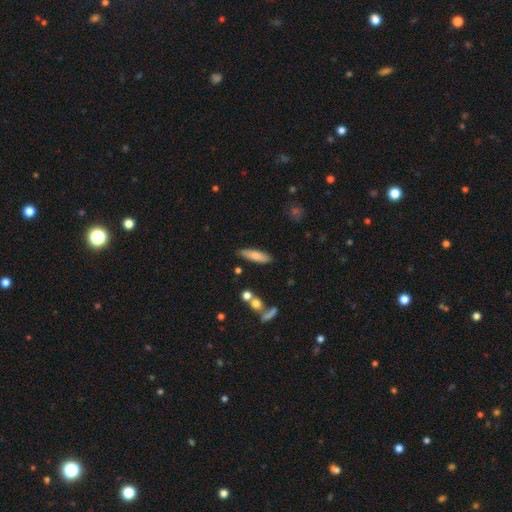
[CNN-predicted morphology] Overall: smooth (75%). How rounded: cigar-shaped (62%; in between 36%). Merging: none (84%).